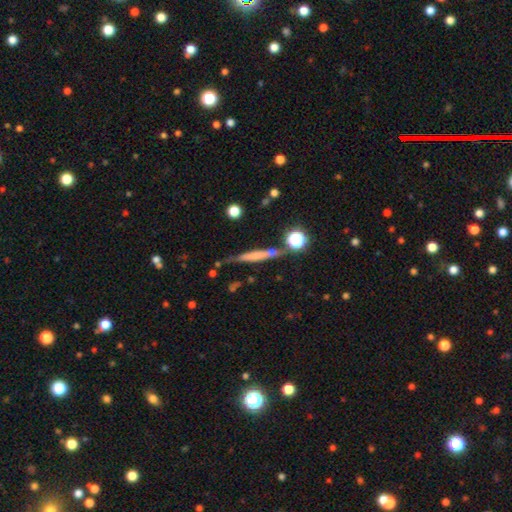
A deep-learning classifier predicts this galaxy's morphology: Smooth or featured: smooth — 52% (featured or disk — 38%)
How rounded: cigar-shaped — 90% (in between — 6%)
Merging: none — 71% (minor disturbance — 17%)